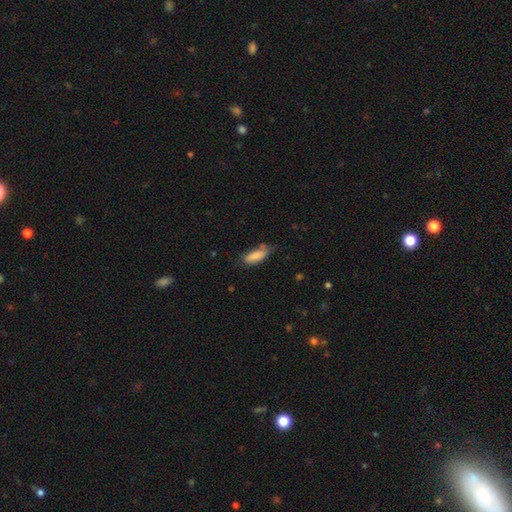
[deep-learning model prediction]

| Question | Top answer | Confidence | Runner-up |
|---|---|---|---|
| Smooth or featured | smooth | 84% | featured or disk (9%) |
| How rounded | in between | 73% | cigar-shaped (26%) |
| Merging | none | 54% | minor disturbance (33%) |